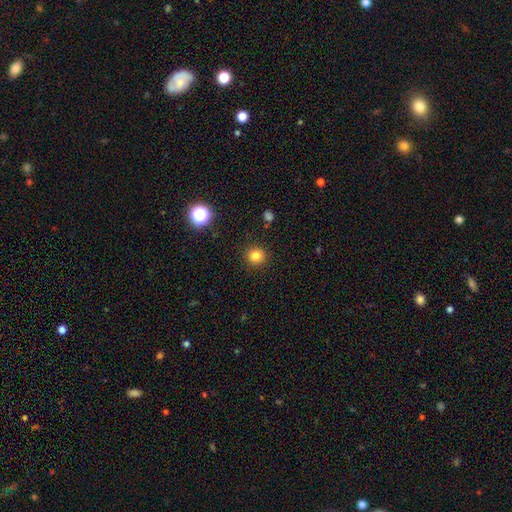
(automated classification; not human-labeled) Overall: smooth (81%). How rounded: round (93%). Merging: none (92%).